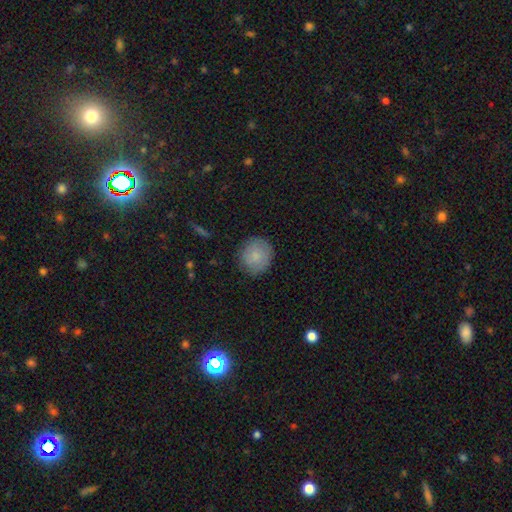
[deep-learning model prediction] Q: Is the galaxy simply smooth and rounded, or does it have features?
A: smooth — 82%.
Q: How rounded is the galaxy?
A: round — 88%.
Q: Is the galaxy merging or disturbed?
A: none — 83%.